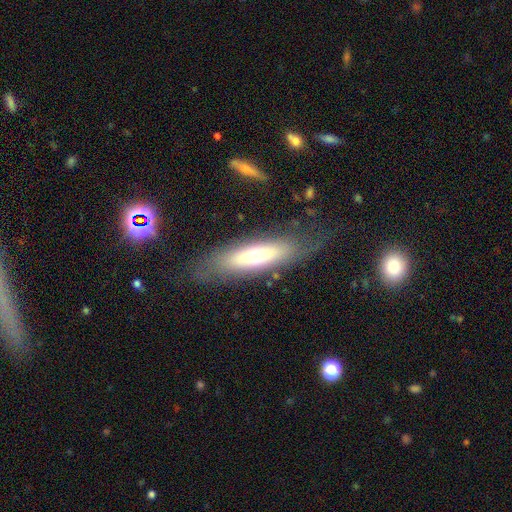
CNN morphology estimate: This appears to be a smooth galaxy with no disk features (52%) that is cigar-shaped (53%). Merging: none (70%).